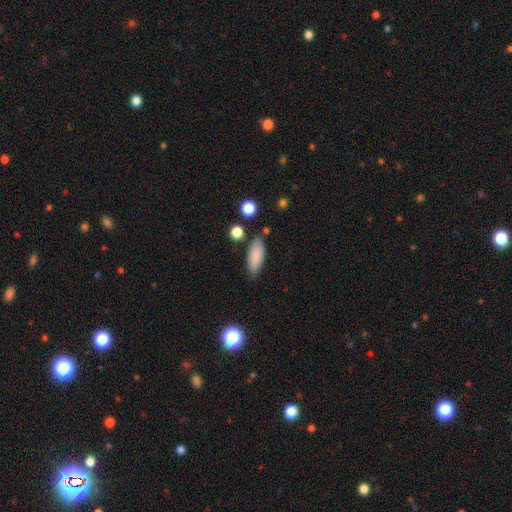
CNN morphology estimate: Smooth or featured?
  - smooth: 86% *
  - featured or disk: 8%
  - star or artifact: 7%
How rounded?
  - in between: 75% *
  - cigar-shaped: 23%
  - round: 2%
Merging?
  - none: 81% *
  - minor disturbance: 13%
  - merger: 4%
  - major disturbance: 3%